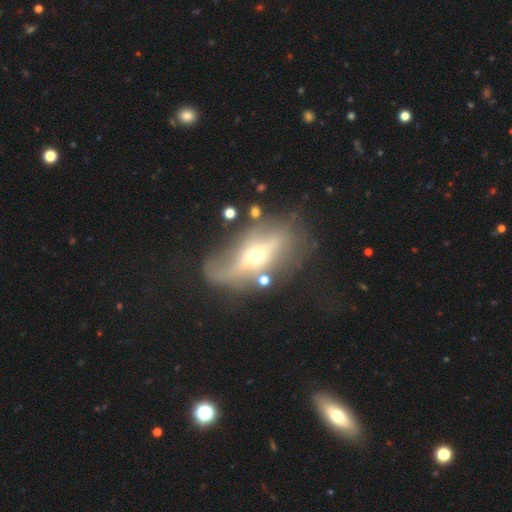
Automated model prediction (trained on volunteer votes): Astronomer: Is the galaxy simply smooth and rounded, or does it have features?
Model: featured or disk — 69%.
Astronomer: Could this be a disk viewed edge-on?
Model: no — 74%.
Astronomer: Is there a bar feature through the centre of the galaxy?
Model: no — 57%.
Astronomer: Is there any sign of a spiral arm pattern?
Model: yes — 56% (runner-up: no, 44%).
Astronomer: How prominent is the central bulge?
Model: small — 53% (runner-up: moderate, 42%).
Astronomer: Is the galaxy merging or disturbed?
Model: none — 50%.